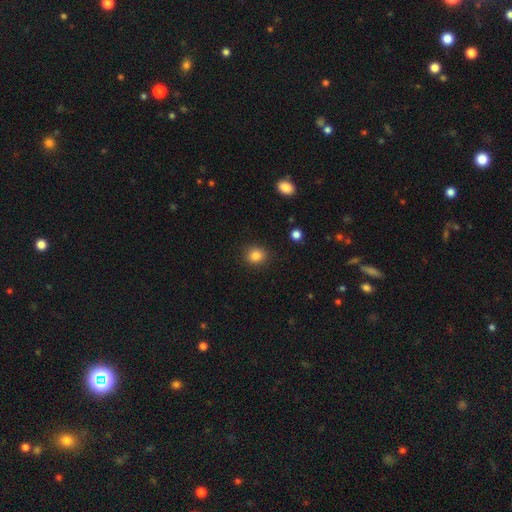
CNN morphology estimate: type=smooth (84%); roundness=round (79%); merging=none (89%).